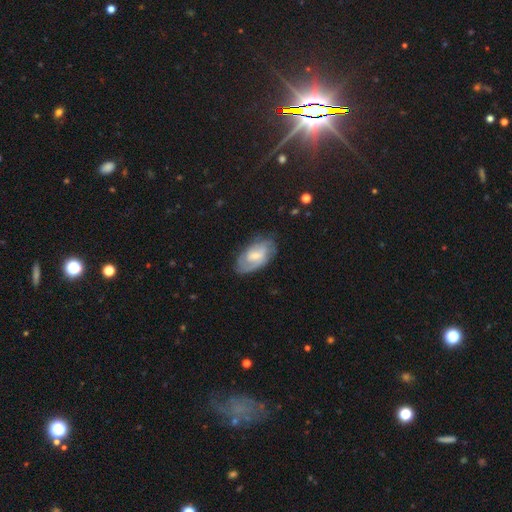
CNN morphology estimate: Smooth or featured: featured or disk — 65% (smooth — 29%)
Edge-on disk: no — 94% (yes — 6%)
Bar: weak — 54% (no — 32%)
Spiral arms: yes — 85% (no — 15%)
Spiral winding: tight — 44% (medium — 40%)
Spiral arm count: 2 — 48% (can't tell — 32%)
Bulge size: small — 52% (moderate — 39%)
Merging: none — 71% (minor disturbance — 21%)